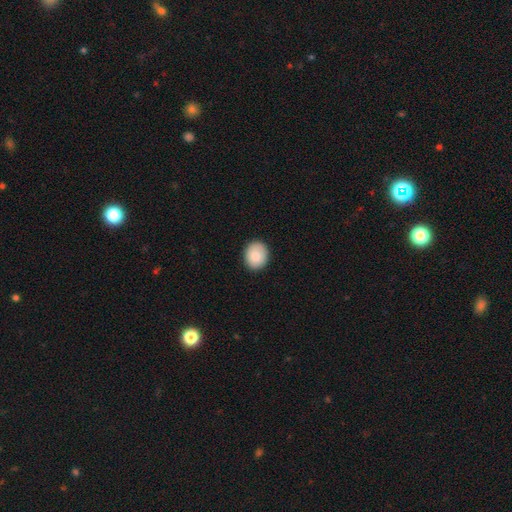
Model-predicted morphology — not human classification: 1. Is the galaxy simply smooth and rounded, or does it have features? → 88% smooth, 7% star or artifact, 6% featured or disk.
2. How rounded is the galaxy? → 66% round, 33% in between, 1% cigar-shaped.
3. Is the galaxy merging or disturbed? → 89% none, 8% minor disturbance, 2% major disturbance, 1% merger.